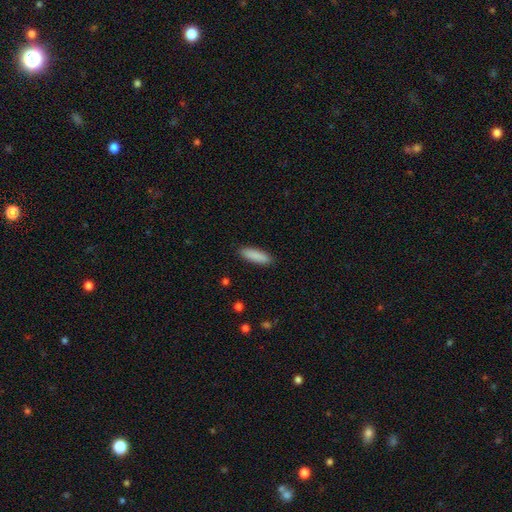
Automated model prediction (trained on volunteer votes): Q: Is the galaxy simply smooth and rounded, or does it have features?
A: smooth — 89%.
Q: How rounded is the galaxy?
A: cigar-shaped — 55%.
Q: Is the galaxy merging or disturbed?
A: none — 90%.